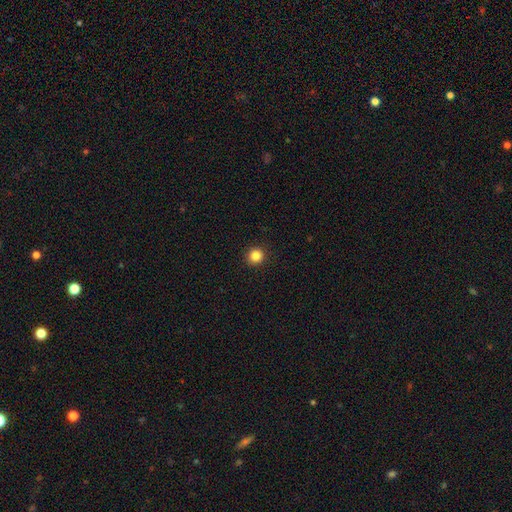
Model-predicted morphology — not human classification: Overall: smooth (85%). How rounded: round (94%). Merging: none (93%).